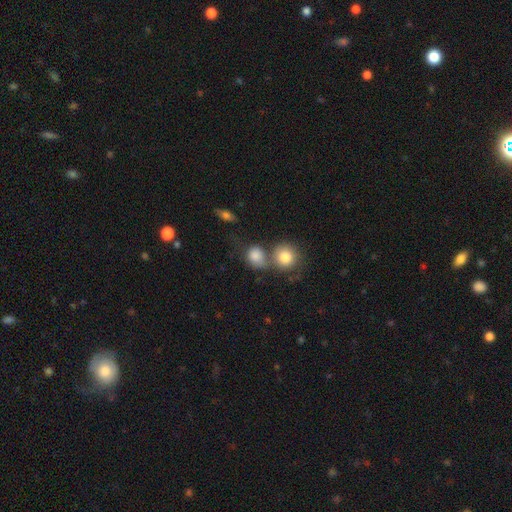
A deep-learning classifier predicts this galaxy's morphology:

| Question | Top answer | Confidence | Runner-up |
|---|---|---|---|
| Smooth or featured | smooth | 83% | star or artifact (9%) |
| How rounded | round | 70% | in between (28%) |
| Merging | merger | 47% | none (34%) |